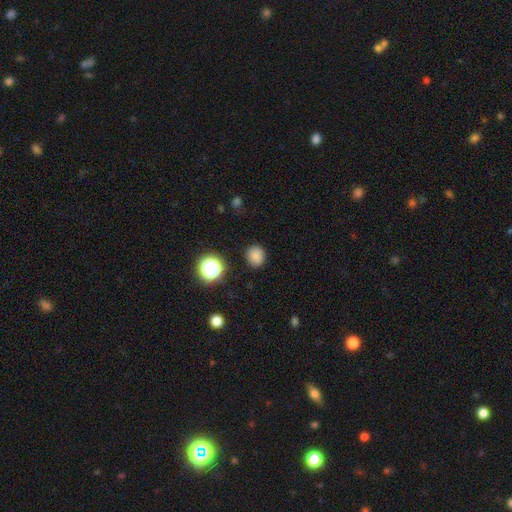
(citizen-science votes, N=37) This appears to be a smooth galaxy with no disk features (95%) that is round (80%). Merging: none (84%).